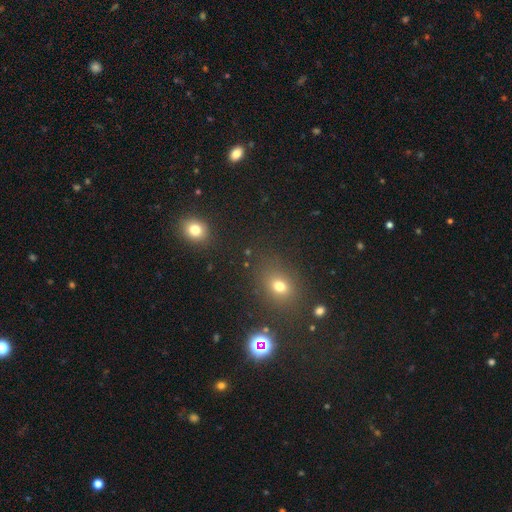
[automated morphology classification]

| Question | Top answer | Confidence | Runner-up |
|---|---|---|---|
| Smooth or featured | smooth | 54% | star or artifact (38%) |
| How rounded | round | 61% | in between (37%) |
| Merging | none | 82% | minor disturbance (10%) |